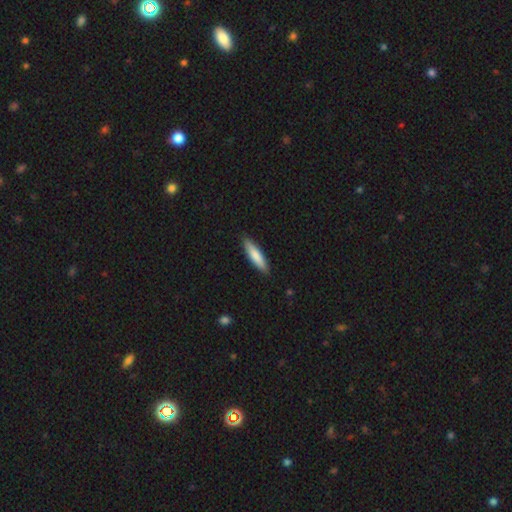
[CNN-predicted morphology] Smooth or featured? smooth (82%)
How rounded? cigar-shaped (71%)
Merging? none (89%)